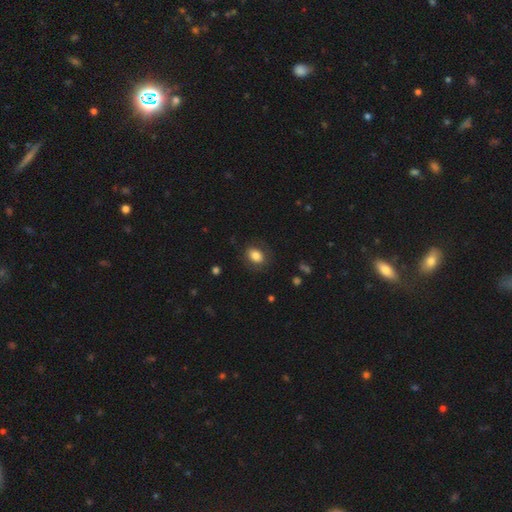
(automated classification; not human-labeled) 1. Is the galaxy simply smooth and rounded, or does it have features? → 78% smooth, 13% featured or disk, 8% star or artifact.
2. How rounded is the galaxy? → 63% in between, 36% round, 1% cigar-shaped.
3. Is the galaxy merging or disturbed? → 78% none, 14% minor disturbance, 7% major disturbance, 1% merger.